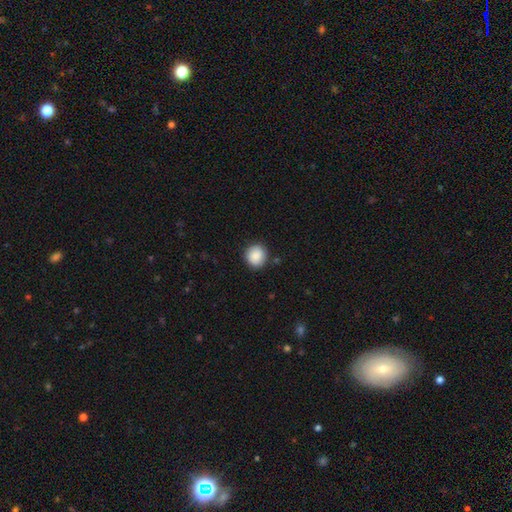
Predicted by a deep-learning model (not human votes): smooth_or_featured: smooth (p=0.89) [alt: star or artifact p=0.07]
how_rounded: round (p=0.88) [alt: in between p=0.11]
merging: none (p=0.88) [alt: minor disturbance p=0.08]